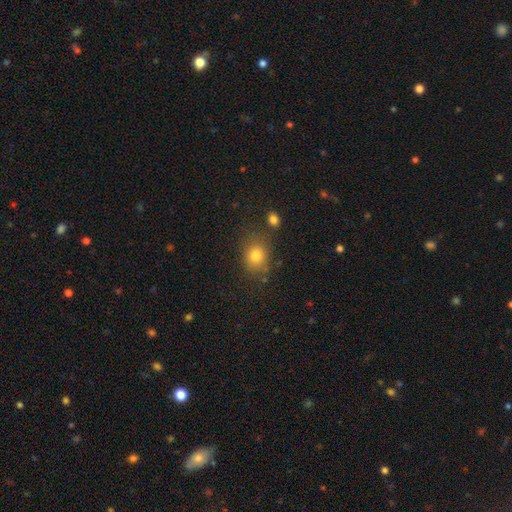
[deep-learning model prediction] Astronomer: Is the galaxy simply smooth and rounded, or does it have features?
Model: smooth — 76%.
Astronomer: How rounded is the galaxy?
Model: round — 57% (runner-up: in between, 42%).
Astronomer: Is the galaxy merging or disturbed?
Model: none — 76%.